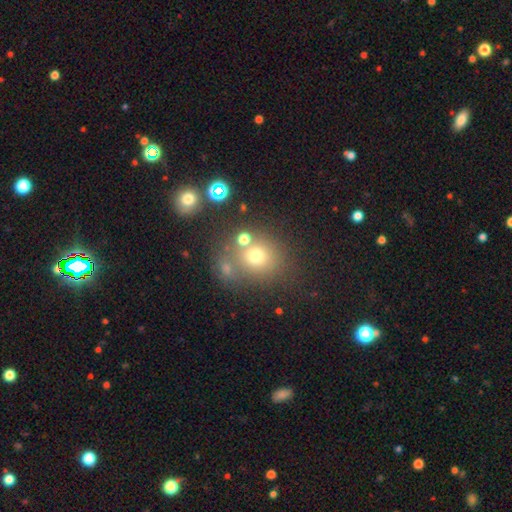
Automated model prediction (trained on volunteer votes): Overall: smooth (67%). How rounded: round (80%). Merging: none (63%).